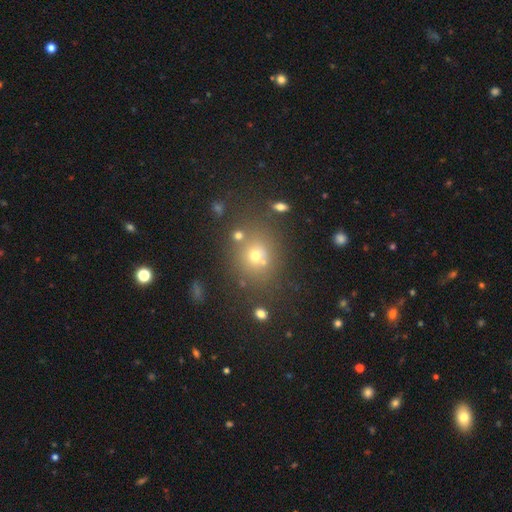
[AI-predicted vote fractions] This is likely a smooth galaxy (61%). How rounded: likely round (80%). Merging: likely none (72%).